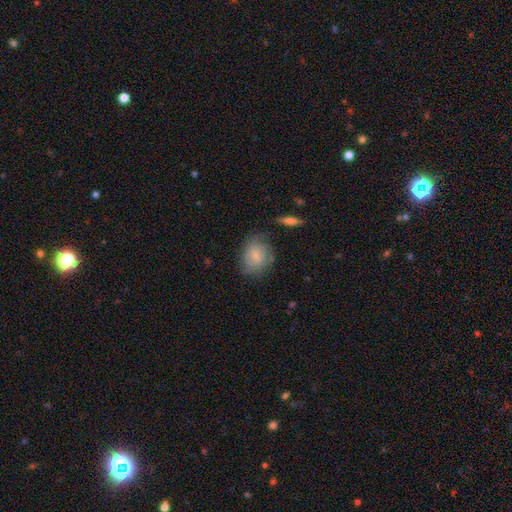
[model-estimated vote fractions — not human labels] This appears to be a smooth galaxy with no disk features (72%) that is round (55%). Merging: none (63%).